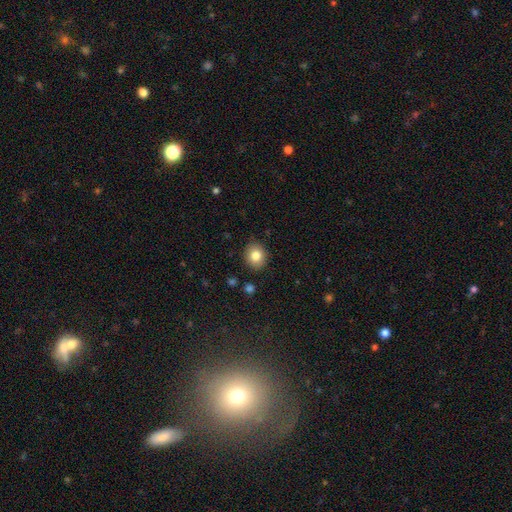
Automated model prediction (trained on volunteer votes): Smooth or featured? smooth (82%)
How rounded? round (70%)
Merging? none (88%)